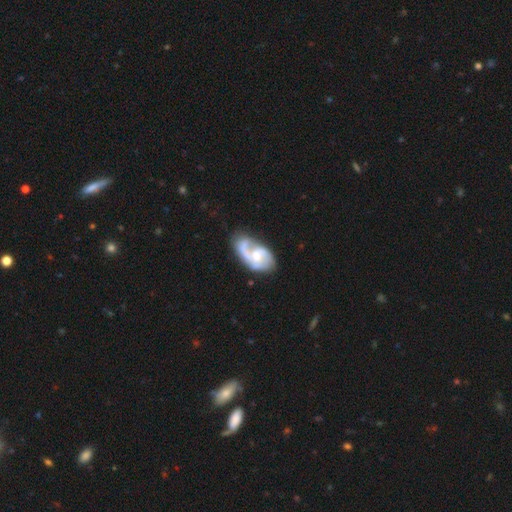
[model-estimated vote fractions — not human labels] Smooth or featured? featured or disk (77%)
Edge-on disk? no (97%)
Bar? no (52%)
Spiral arms? yes (90%)
Spiral winding? medium (46%)
Spiral arm count? 2 (53%)
Bulge size? moderate (49%)
Merging? none (42%)